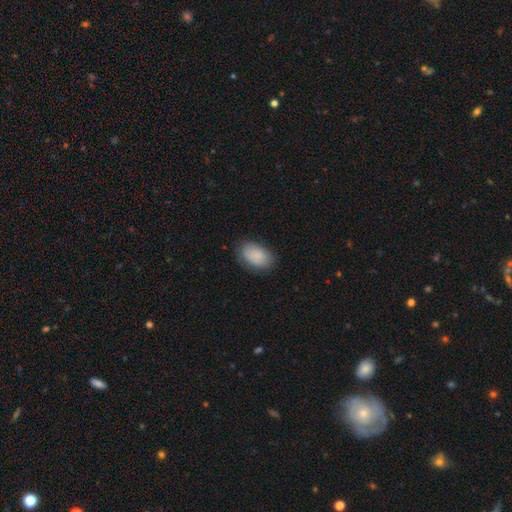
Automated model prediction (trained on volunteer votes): smooth-or-featured: smooth: 86% | star or artifact: 7% | featured or disk: 7%
  how-rounded: in between: 88% | round: 10% | cigar-shaped: 1%
  merging: none: 78% | minor disturbance: 17% | major disturbance: 4% | merger: 1%